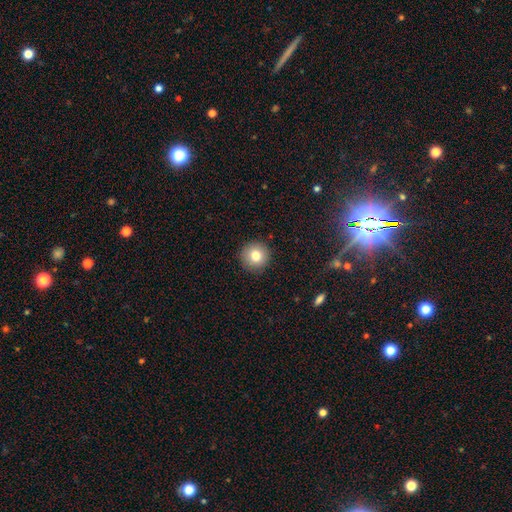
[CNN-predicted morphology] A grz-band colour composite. It shows a smooth galaxy with no disk features (80%) that is round (95%). Merging: none (91%).